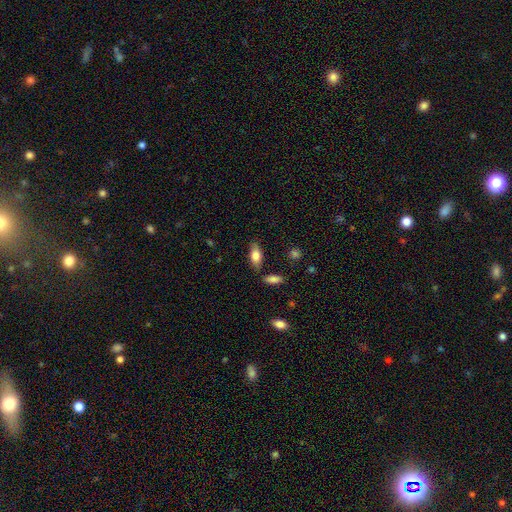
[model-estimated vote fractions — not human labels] Smooth or featured? smooth (73%)
How rounded? in between (83%)
Merging? none (78%)